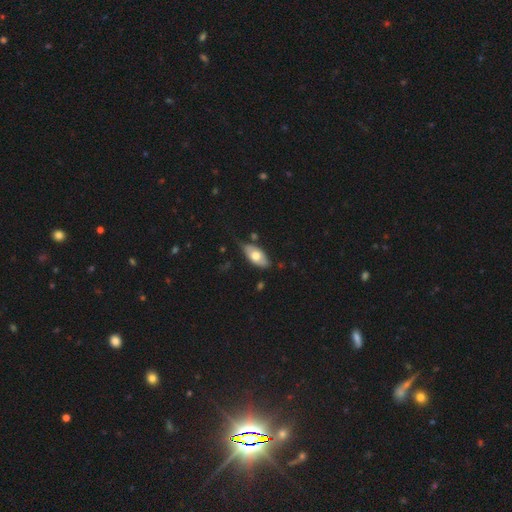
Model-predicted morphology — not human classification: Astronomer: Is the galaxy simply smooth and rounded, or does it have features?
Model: smooth — 62%.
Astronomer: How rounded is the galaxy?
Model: in between — 90%.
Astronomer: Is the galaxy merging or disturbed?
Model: none — 61%.